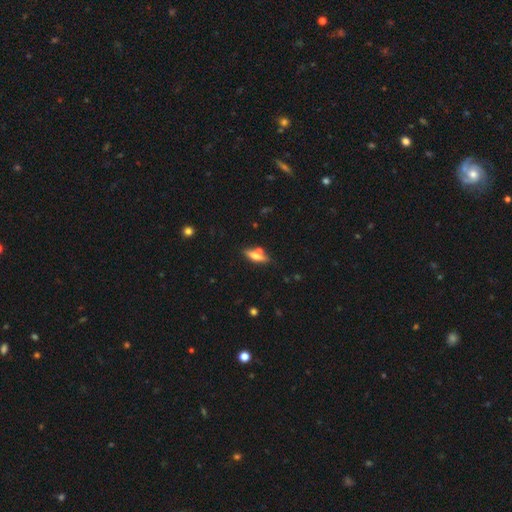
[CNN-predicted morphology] This appears to be a smooth galaxy with no disk features (56%) that is cigar-shaped (51%). Merging: none (65%).